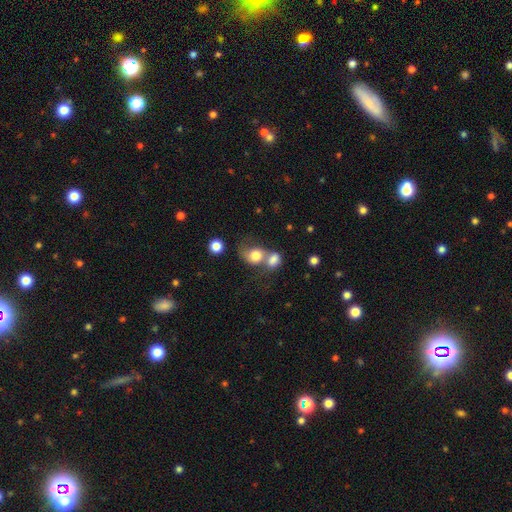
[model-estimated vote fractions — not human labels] Q: Smooth or featured?
A: smooth (73%); runner-up: featured or disk (18%)
Q: How rounded?
A: round (58%); runner-up: in between (41%)
Q: Merging?
A: merger (62%); runner-up: none (18%)